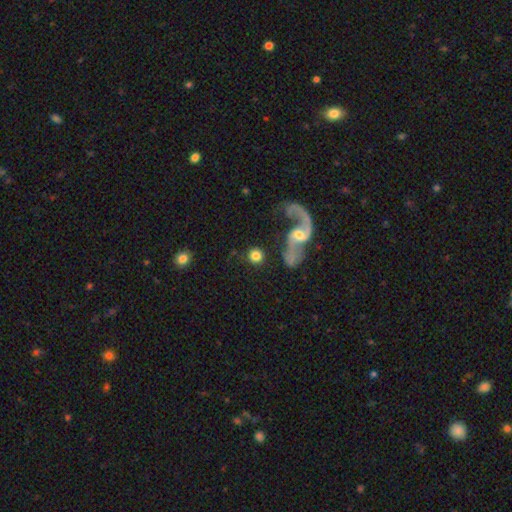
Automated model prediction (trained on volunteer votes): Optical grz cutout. It shows a smooth galaxy with no disk features (72%) that is round (91%). Merging: none (73%).